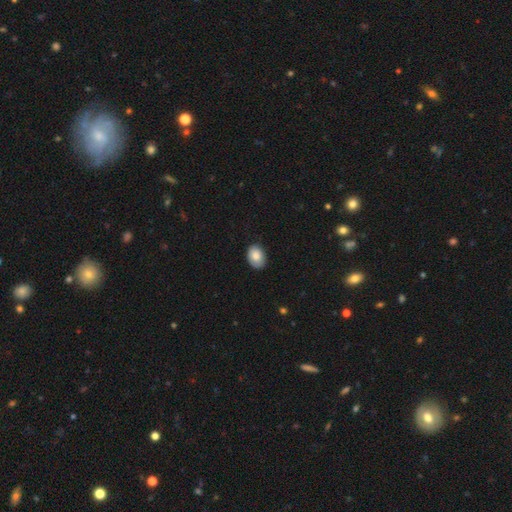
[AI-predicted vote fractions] A smooth galaxy with no disk features (81%) that is in between round and cigar-shaped (76%). Merging: none (78%).